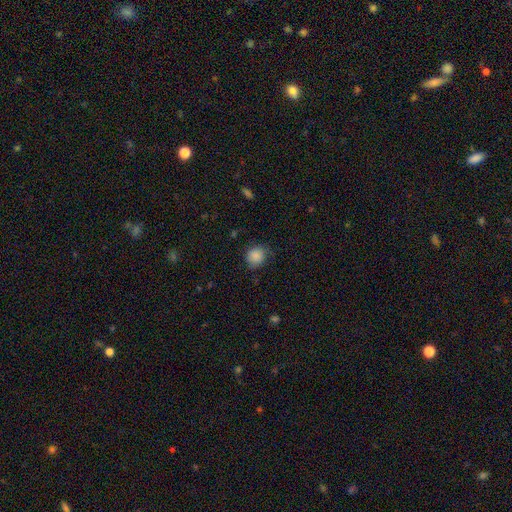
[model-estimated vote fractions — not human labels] Overall: smooth (87%). How rounded: round (79%). Merging: none (73%).